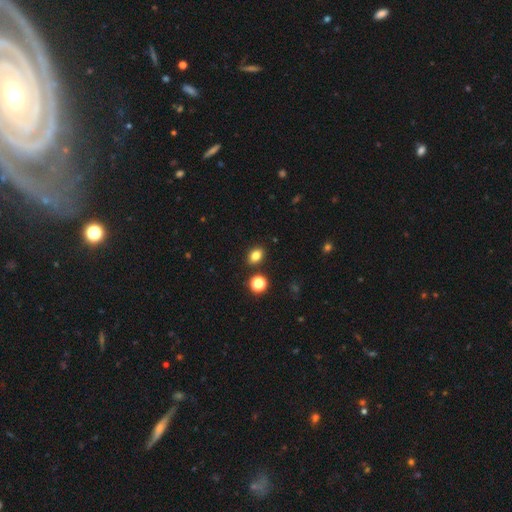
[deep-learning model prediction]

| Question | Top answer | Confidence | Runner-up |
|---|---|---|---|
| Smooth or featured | smooth | 81% | star or artifact (13%) |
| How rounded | in between | 69% | round (30%) |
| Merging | none | 85% | minor disturbance (8%) |